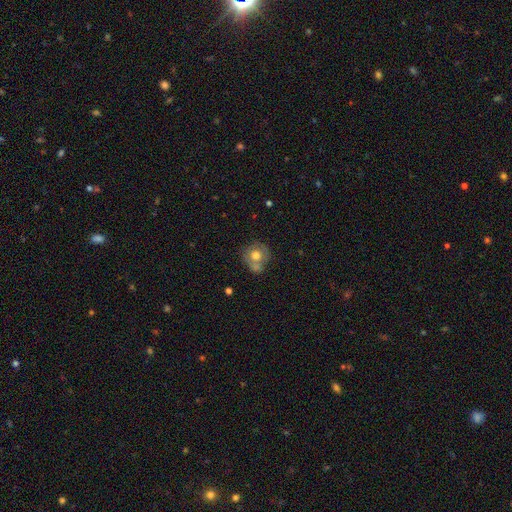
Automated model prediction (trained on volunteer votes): Smooth or featured: smooth — 61% (featured or disk — 31%)
How rounded: round — 82% (in between — 17%)
Merging: none — 49% (merger — 25%)